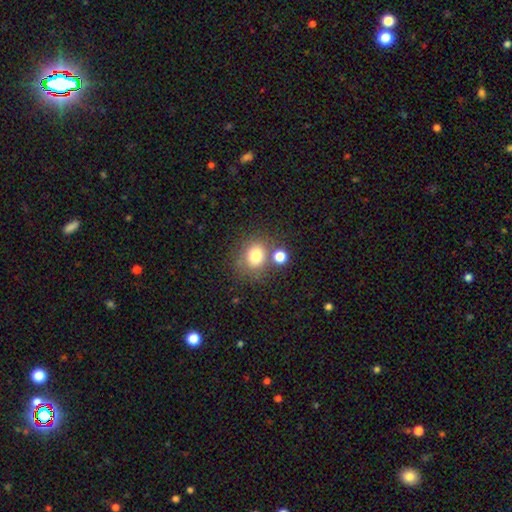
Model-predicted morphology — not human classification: Smooth or featured? Predicted: smooth (p=0.77). How rounded? Predicted: round (p=0.72). Merging? Predicted: none (p=0.64).